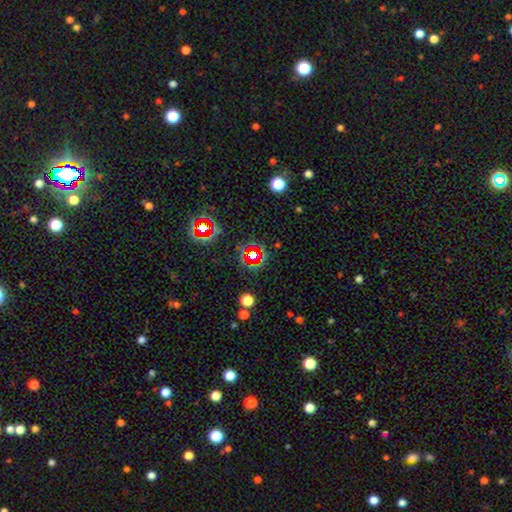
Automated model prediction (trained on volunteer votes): smooth-or-featured: star or artifact: 60% | smooth: 24% | featured or disk: 16%